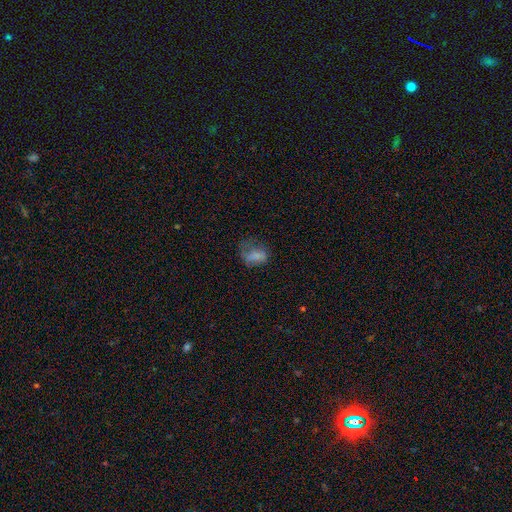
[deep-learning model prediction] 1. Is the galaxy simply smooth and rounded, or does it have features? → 67% smooth, 19% featured or disk, 14% star or artifact.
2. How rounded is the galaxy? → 76% in between, 22% round, 2% cigar-shaped.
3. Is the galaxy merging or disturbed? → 40% major disturbance, 31% none, 26% minor disturbance, 3% merger.